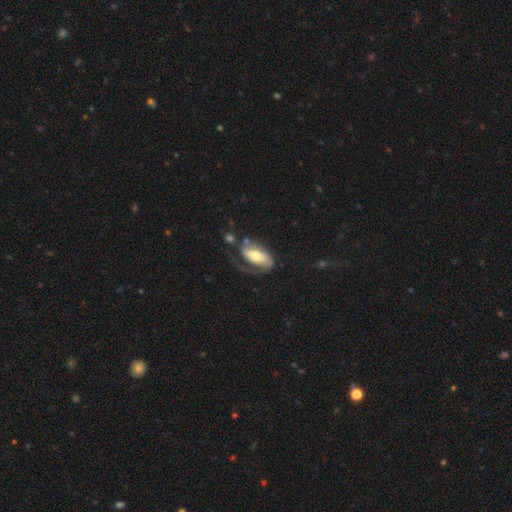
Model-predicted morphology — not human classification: This is possibly a featured or disk galaxy (59%). It is clearly not viewed edge-on (90%). Bar: marginally no (42%). Spiral arm pattern: likely yes (74%). Central bulge: likely moderate (62%). Merging: marginally major disturbance (38%).